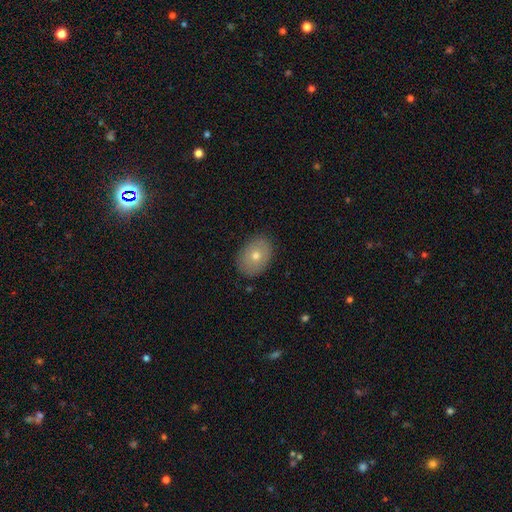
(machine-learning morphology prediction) Smooth or featured: smooth — 68% (featured or disk — 22%)
How rounded: in between — 71% (round — 28%)
Merging: none — 88% (minor disturbance — 9%)